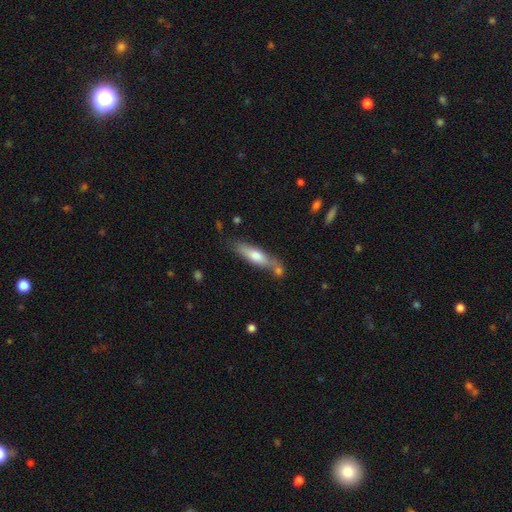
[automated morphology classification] smooth 61%, featured or disk 33%, star or artifact 6%. Down the decision tree: how rounded — cigar-shaped (71%); merging — none (61%).